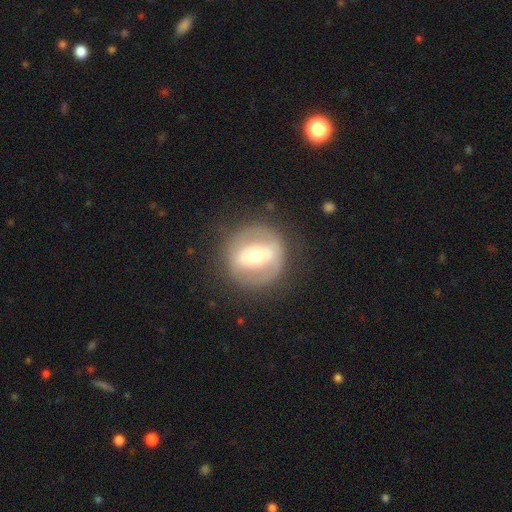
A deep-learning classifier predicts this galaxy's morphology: A featured or disk galaxy (66%) with a strong bar (58%), no spiral arms (69%) and a moderate central bulge (63%). Merging: none (82%).